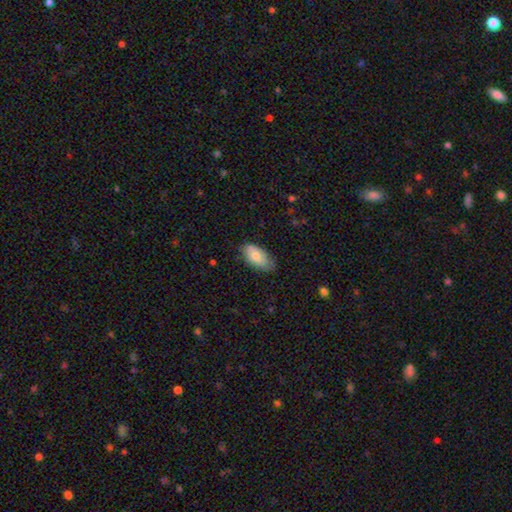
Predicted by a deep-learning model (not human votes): Morphology: type=smooth (82%); roundness=in between (94%); merging=none (73%).